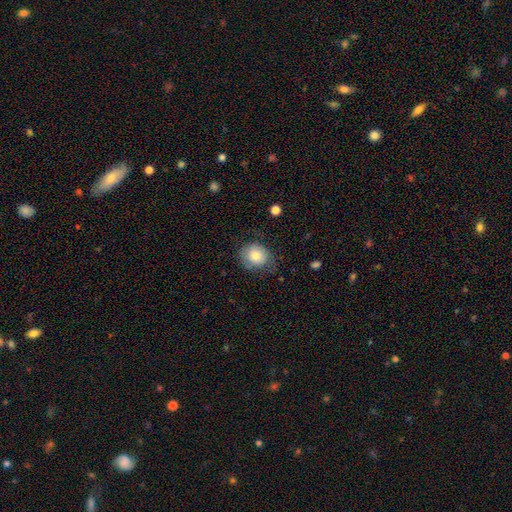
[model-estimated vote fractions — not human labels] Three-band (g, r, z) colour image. It shows a smooth galaxy with no disk features (75%) that is round (64%). Merging: none (61%).